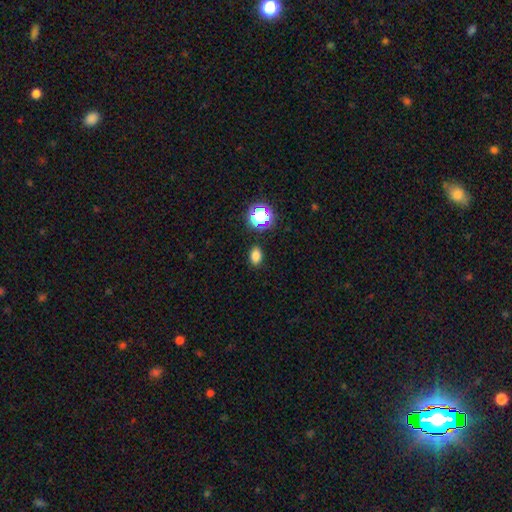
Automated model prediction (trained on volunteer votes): smooth_or_featured: smooth (p=0.78) [alt: star or artifact p=0.17]
how_rounded: in between (p=0.76) [alt: round p=0.22]
merging: none (p=0.87) [alt: minor disturbance p=0.09]